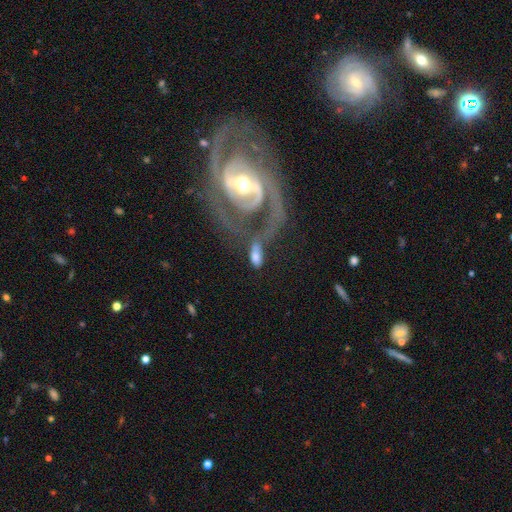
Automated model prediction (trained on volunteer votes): Overall: smooth (58%; featured or disk 35%). How rounded: in between (86%). Merging: none (34%; merger 29%).